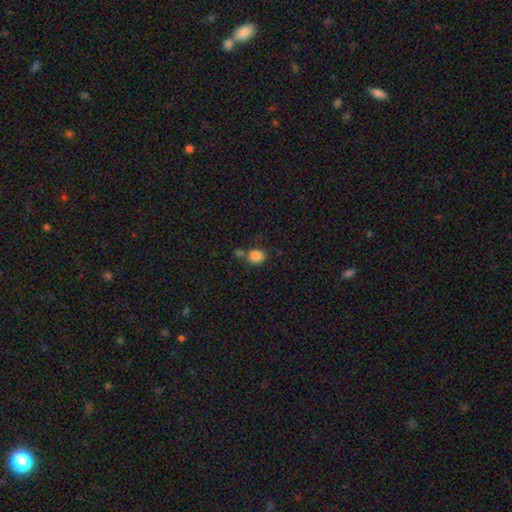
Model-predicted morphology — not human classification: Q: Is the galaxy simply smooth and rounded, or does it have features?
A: smooth — 85%.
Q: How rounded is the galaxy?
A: round — 63%.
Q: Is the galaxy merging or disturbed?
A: none — 62%.